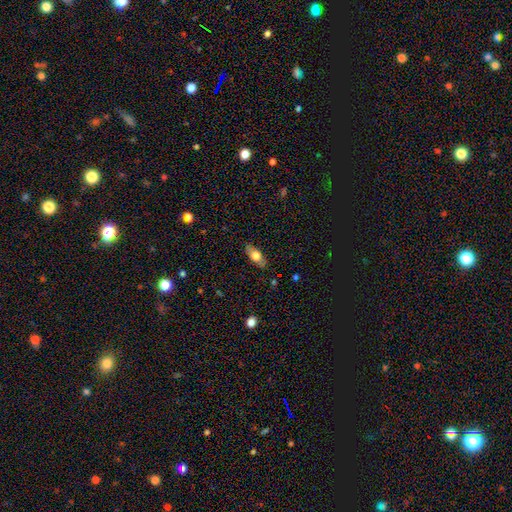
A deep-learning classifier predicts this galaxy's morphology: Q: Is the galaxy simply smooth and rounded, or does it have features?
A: smooth — 68%.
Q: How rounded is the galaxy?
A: in between — 82%.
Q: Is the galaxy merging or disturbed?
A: none — 83%.